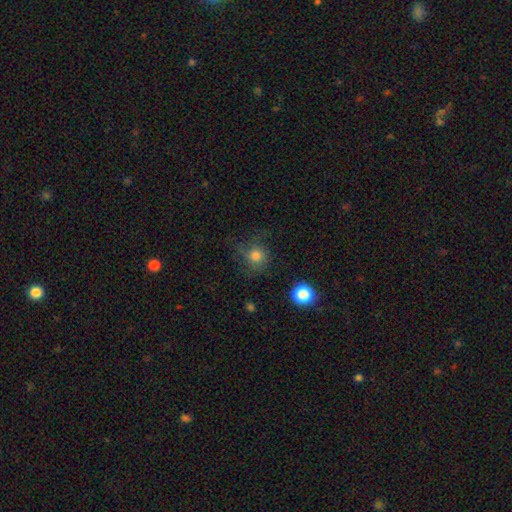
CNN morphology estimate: Smooth or featured?
  - smooth: 77% *
  - star or artifact: 15%
  - featured or disk: 8%
How rounded?
  - round: 89% *
  - in between: 10%
  - cigar-shaped: 1%
Merging?
  - none: 67% *
  - minor disturbance: 18%
  - major disturbance: 13%
  - merger: 2%